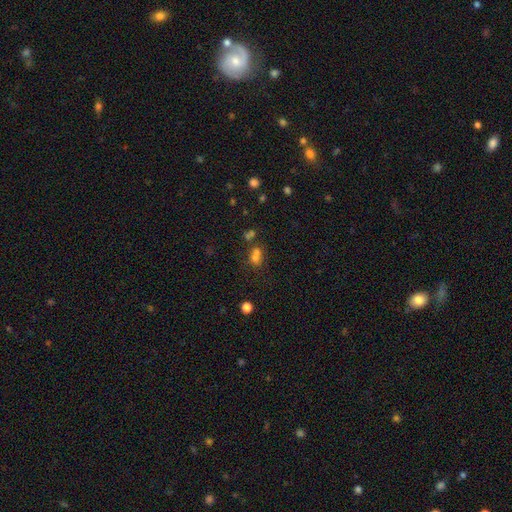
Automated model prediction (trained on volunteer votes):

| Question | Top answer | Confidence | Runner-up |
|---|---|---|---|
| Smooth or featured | smooth | 64% | star or artifact (23%) |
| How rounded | round | 52% | in between (46%) |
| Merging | merger | 48% | none (36%) |